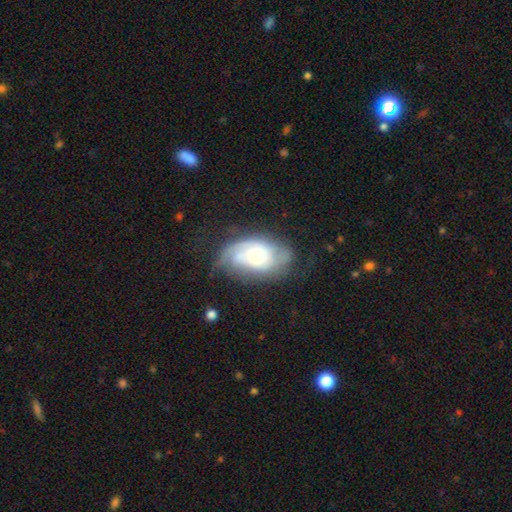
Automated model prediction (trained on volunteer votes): A featured or disk galaxy (68%) with no bar (75%), 2 (40%) tight (47%) spiral arms (83%) and a moderate central bulge (64%).

Vote fractions:
- Smooth or featured? featured or disk: 68% / smooth: 25% / star or artifact: 7%
- Edge-on disk? no: 94% / yes: 6%
- Bar? no: 75% / weak: 20% / strong: 4%
- Spiral arms? yes: 83% / no: 17%
- Spiral winding? tight: 47% / medium: 35% / loose: 17%
- Spiral arm count? 2: 40% / can't tell: 34% / 1: 11% / 3: 10% / 4: 3% / more than 4: 3%
- Bulge size? moderate: 64% / small: 23% / large: 11% / dominant: 1% / none: 1%
- Merging? none: 55% / minor disturbance: 28% / major disturbance: 15% / merger: 2%